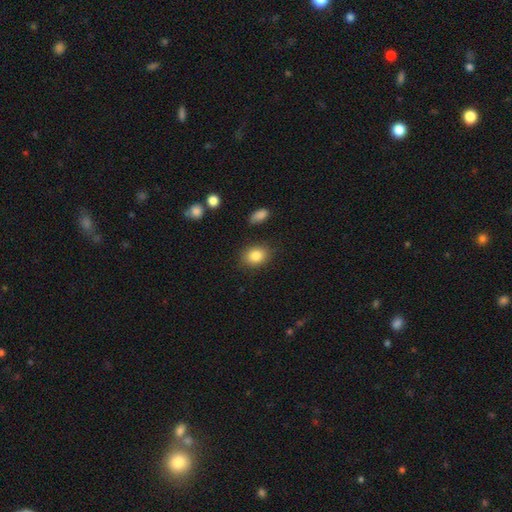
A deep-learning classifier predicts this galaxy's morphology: Smooth or featured?
  - smooth: 84% *
  - star or artifact: 8%
  - featured or disk: 7%
How rounded?
  - in between: 62% *
  - round: 37%
  - cigar-shaped: 1%
Merging?
  - none: 82% *
  - minor disturbance: 12%
  - major disturbance: 3%
  - merger: 3%